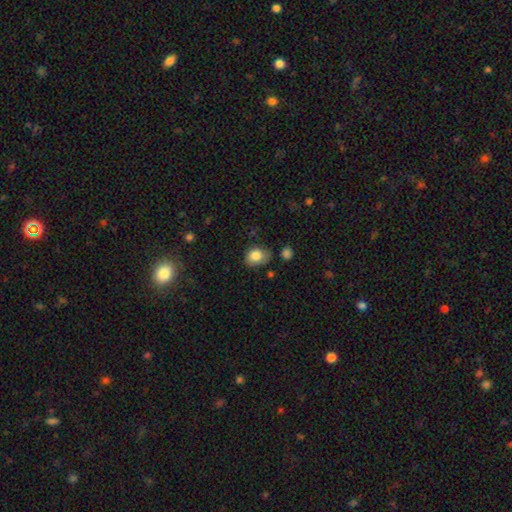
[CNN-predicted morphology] Overall: smooth (83%). How rounded: in between (53%; round 46%). Merging: none (66%).